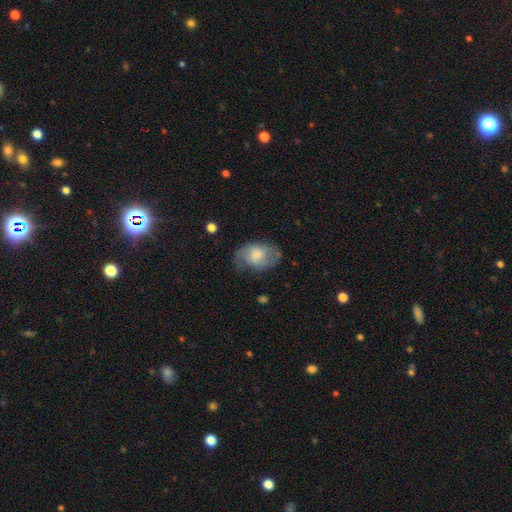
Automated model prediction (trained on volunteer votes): smooth-or-featured: smooth: 54% | featured or disk: 39% | star or artifact: 7%
  how-rounded: in between: 84% | round: 15% | cigar-shaped: 1%
  merging: none: 54% | minor disturbance: 30% | major disturbance: 14% | merger: 2%